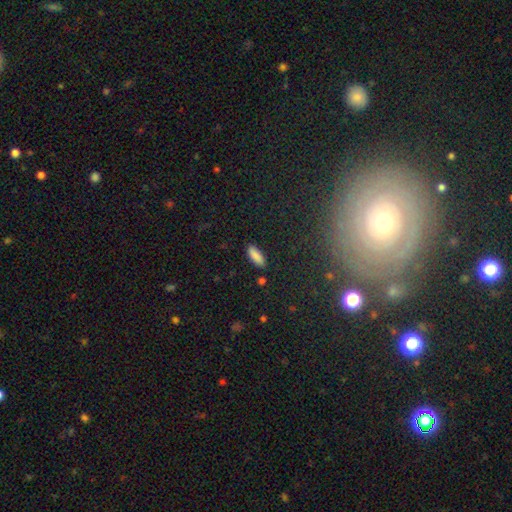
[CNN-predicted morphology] Smooth or featured? Predicted: smooth (p=0.88). How rounded? Predicted: in between (p=0.65). Merging? Predicted: none (p=0.86).